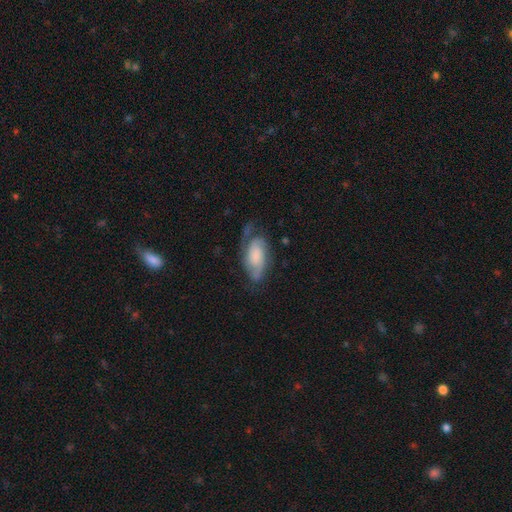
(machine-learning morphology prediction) Smooth or featured?
  - featured or disk: 67% *
  - smooth: 26%
  - star or artifact: 7%
Edge-on disk?
  - no: 95% *
  - yes: 5%
Bar?
  - no: 67% *
  - weak: 27%
  - strong: 7%
Spiral arms?
  - yes: 92% *
  - no: 8%
Spiral winding?
  - medium: 42% *
  - tight: 36%
  - loose: 21%
Spiral arm count?
  - 2: 72% *
  - can't tell: 12%
  - 1: 9%
  - 3: 4%
  - 4: 2%
  - more than 4: 1%
Bulge size?
  - none: 29% *
  - large: 26%
  - small: 19%
  - moderate: 19%
  - dominant: 6%
Merging?
  - none: 54% *
  - minor disturbance: 26%
  - major disturbance: 18%
  - merger: 2%